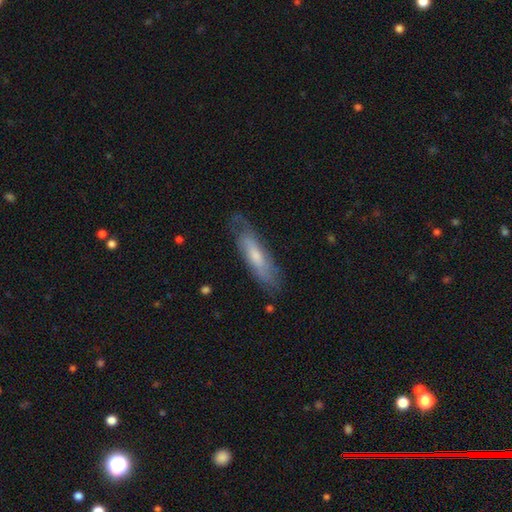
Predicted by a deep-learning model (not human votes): Morphology: type=featured or disk (49%); merging=none (71%).